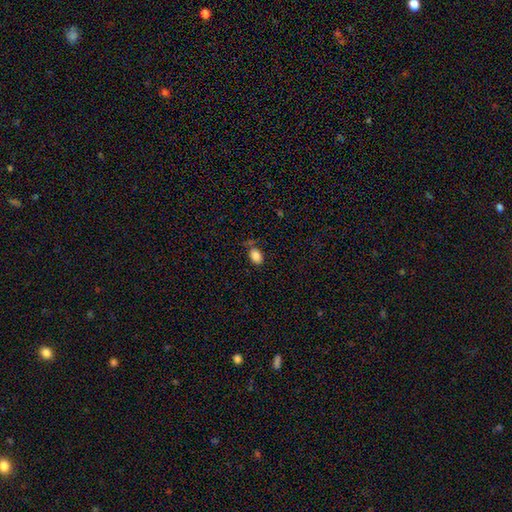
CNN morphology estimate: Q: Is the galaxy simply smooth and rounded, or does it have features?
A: smooth — 85%.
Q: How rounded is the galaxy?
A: in between — 84%.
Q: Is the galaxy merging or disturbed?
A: none — 67%.